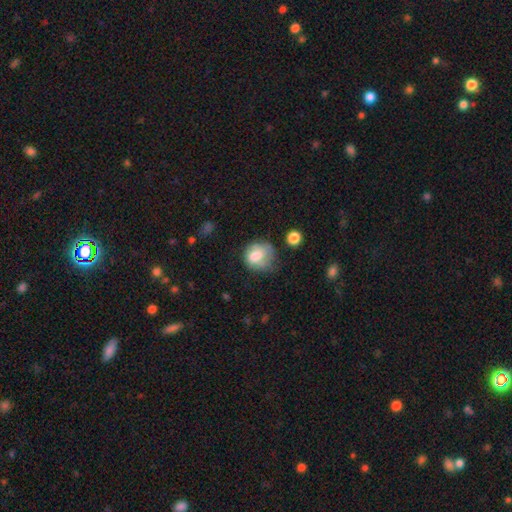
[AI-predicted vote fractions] smooth_or_featured: smooth (p=0.63) [alt: featured or disk p=0.28]
how_rounded: round (p=0.70) [alt: in between p=0.29]
merging: none (p=0.44) [alt: minor disturbance p=0.32]